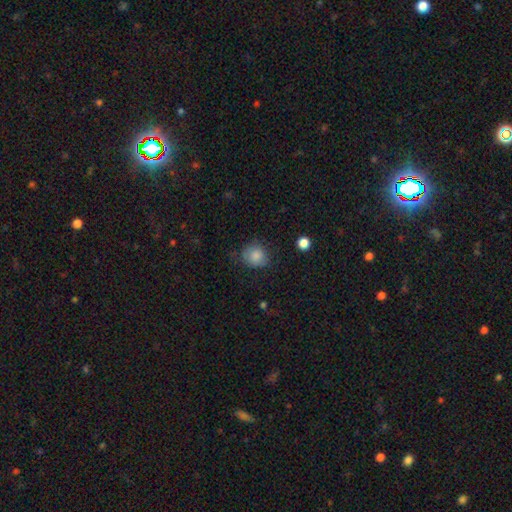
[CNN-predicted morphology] This appears to be a smooth galaxy with no disk features (83%) that is round (73%). Merging: none (66%).